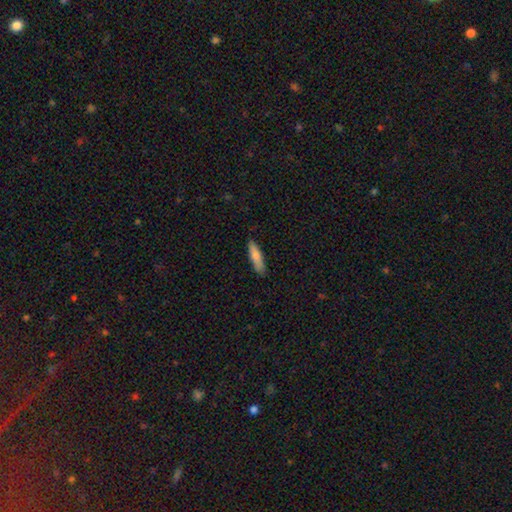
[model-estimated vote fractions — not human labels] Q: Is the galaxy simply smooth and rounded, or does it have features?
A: smooth — 81%.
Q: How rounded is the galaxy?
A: cigar-shaped — 74%.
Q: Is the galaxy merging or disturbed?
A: none — 84%.